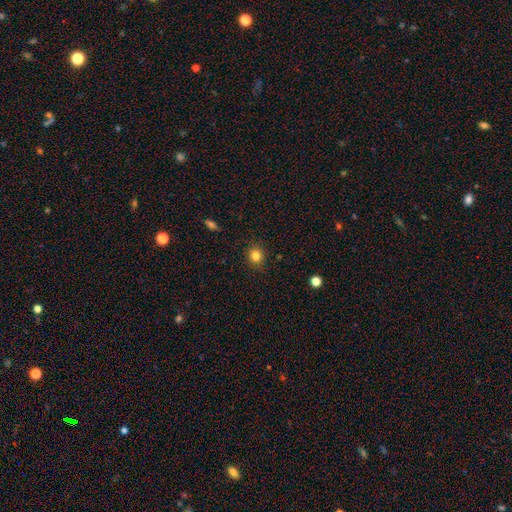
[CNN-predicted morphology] smooth_or_featured: smooth (p=0.82) [alt: star or artifact p=0.12]
how_rounded: round (p=0.85) [alt: in between p=0.14]
merging: none (p=0.89) [alt: minor disturbance p=0.08]